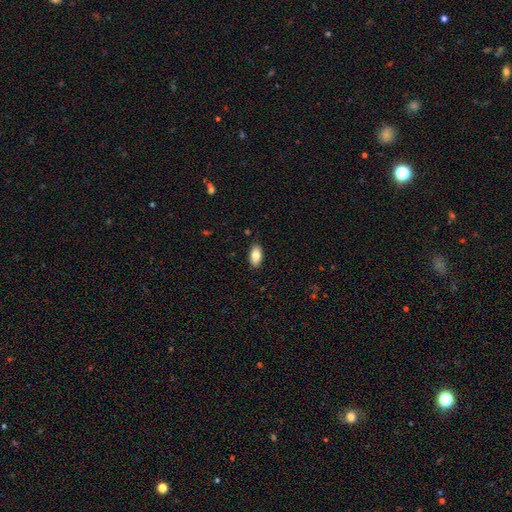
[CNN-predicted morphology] type=smooth (82%); roundness=in between (93%); merging=none (89%).